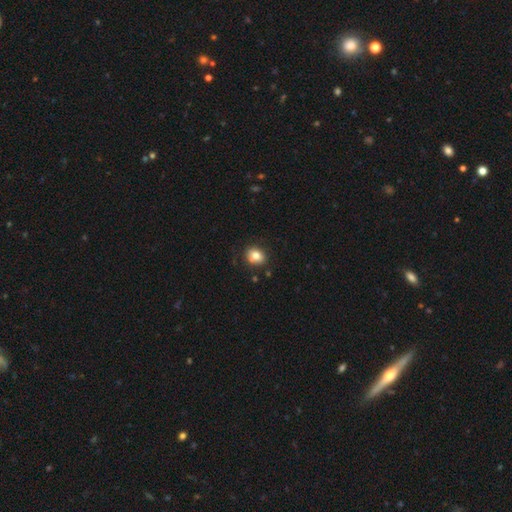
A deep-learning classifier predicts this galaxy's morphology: A smooth galaxy with no disk features (81%) that is round (60%).

Vote fractions:
- Smooth or featured? smooth: 81% / star or artifact: 10% / featured or disk: 10%
- How rounded? round: 60% / in between: 39% / cigar-shaped: 1%
- Merging? none: 85% / minor disturbance: 11% / major disturbance: 3% / merger: 2%